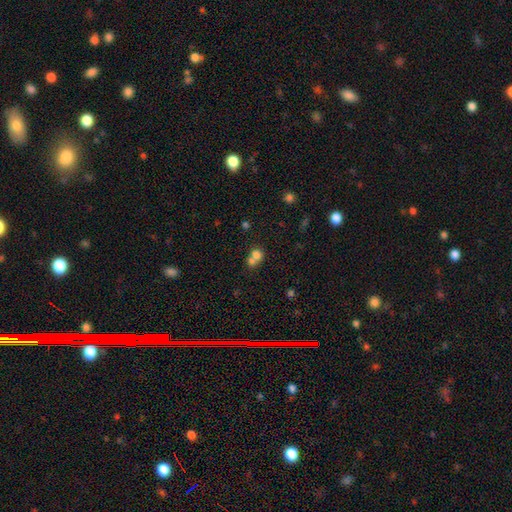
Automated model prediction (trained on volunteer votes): Smooth or featured? Predicted: smooth (p=0.73). How rounded? Predicted: round (p=0.71). Merging? Predicted: merger (p=0.63).